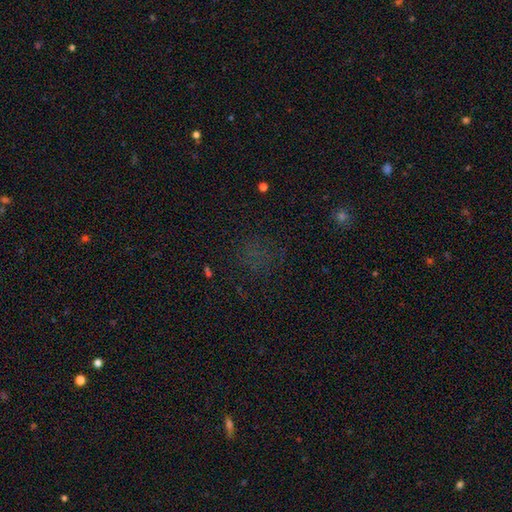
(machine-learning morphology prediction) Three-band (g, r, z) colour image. It shows a star or artifact, not a galaxy (49%).